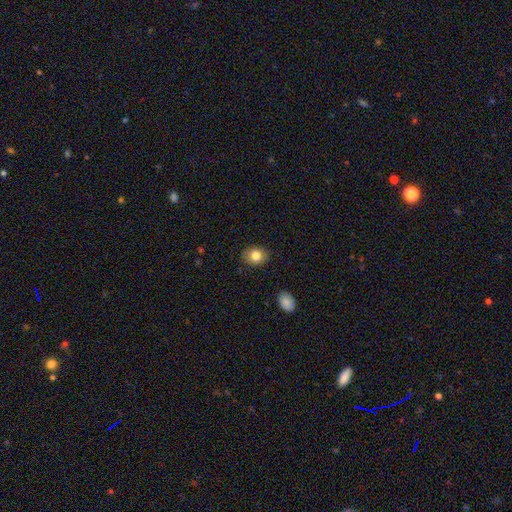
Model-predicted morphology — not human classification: smooth_or_featured: smooth (p=0.81) [alt: featured or disk p=0.10]
how_rounded: in between (p=0.55) [alt: round p=0.44]
merging: none (p=0.86) [alt: minor disturbance p=0.11]